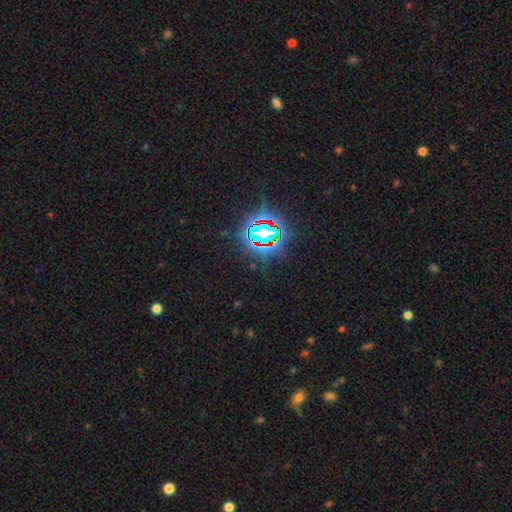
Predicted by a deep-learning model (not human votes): Q: Smooth or featured?
A: star or artifact (84%); runner-up: smooth (9%)